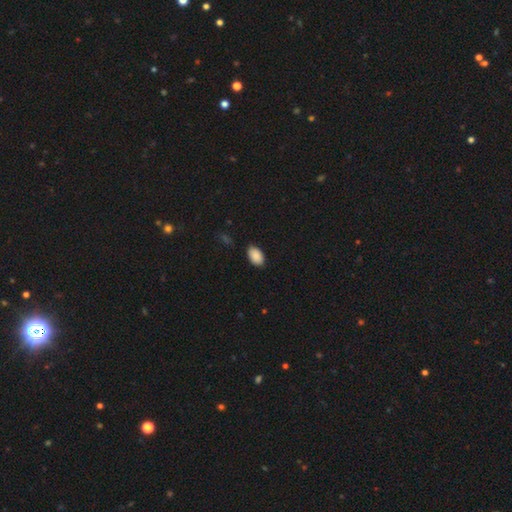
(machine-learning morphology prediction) Overall: smooth (90%). How rounded: in between (92%). Merging: none (85%).